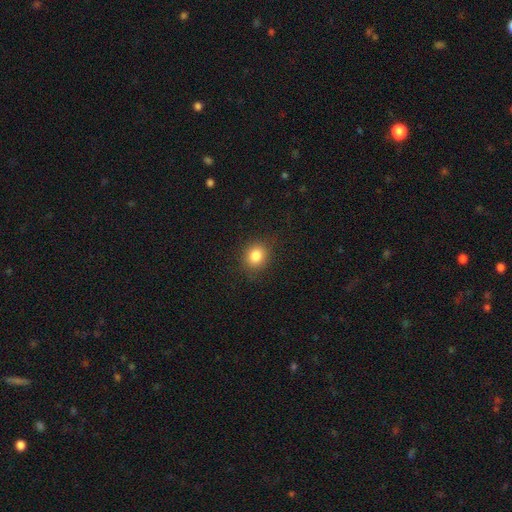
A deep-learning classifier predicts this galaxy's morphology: smooth_or_featured: smooth (p=0.84) [alt: star or artifact p=0.10]
how_rounded: round (p=0.70) [alt: in between p=0.29]
merging: none (p=0.86) [alt: minor disturbance p=0.10]